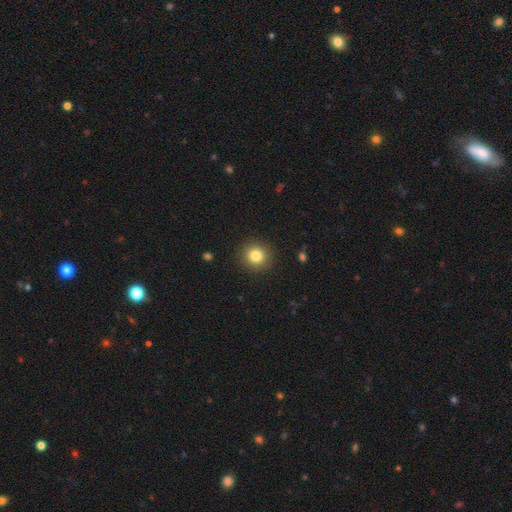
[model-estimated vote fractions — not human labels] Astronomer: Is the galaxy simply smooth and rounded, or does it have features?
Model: smooth — 82%.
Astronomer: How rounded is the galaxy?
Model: round — 93%.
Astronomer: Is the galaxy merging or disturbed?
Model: none — 91%.